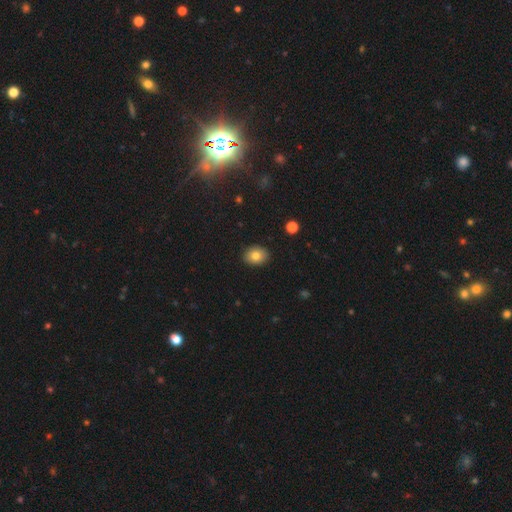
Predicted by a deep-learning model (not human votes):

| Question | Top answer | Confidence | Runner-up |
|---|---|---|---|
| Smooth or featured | smooth | 80% | featured or disk (10%) |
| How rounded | in between | 57% | round (42%) |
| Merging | none | 89% | minor disturbance (8%) |